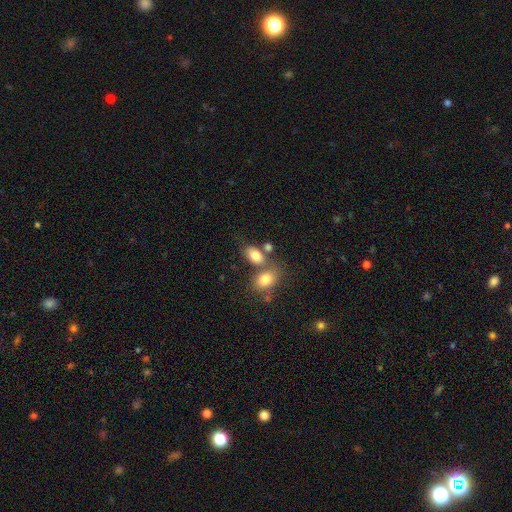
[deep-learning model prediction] A smooth galaxy with no disk features (80%) that is in between round and cigar-shaped (85%).

Vote fractions:
- Smooth or featured? smooth: 80% / featured or disk: 11% / star or artifact: 9%
- How rounded? in between: 85% / round: 13% / cigar-shaped: 2%
- Merging? none: 50% / merger: 33% / minor disturbance: 13% / major disturbance: 5%